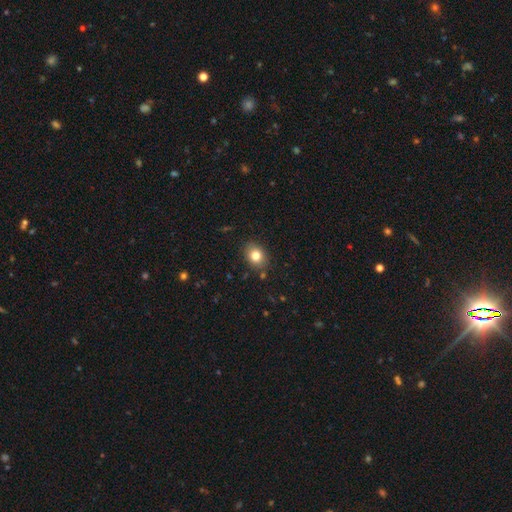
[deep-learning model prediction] Morphology: type=smooth (81%); roundness=in between (54%); merging=none (86%).